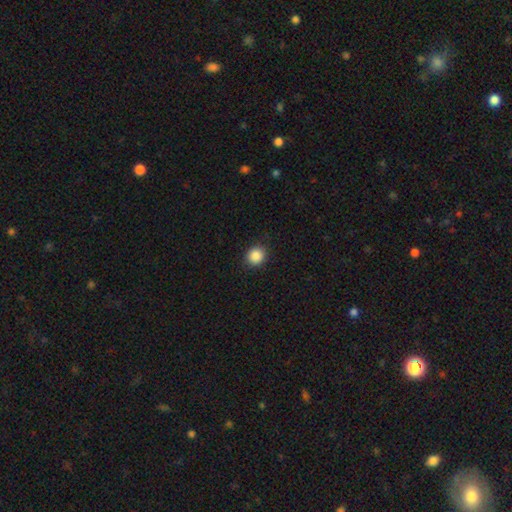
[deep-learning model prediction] The model was most divided on "how rounded": round: 81%, in between: 18%, cigar-shaped: 1%. More confident: merging — none (89%); smooth or featured — smooth (88%).